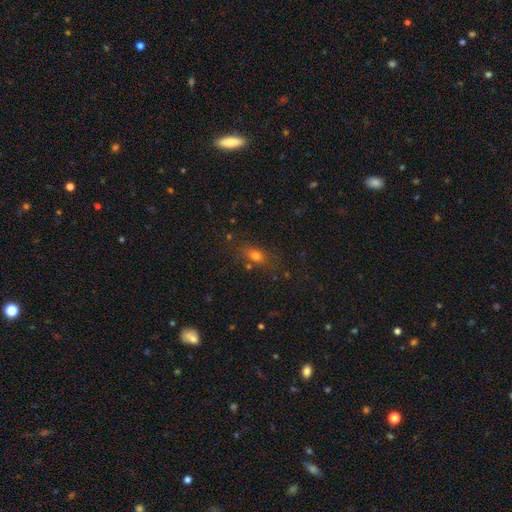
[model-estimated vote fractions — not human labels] This is likely a smooth galaxy (72%). How rounded: likely in between (65%). Merging: likely none (75%).